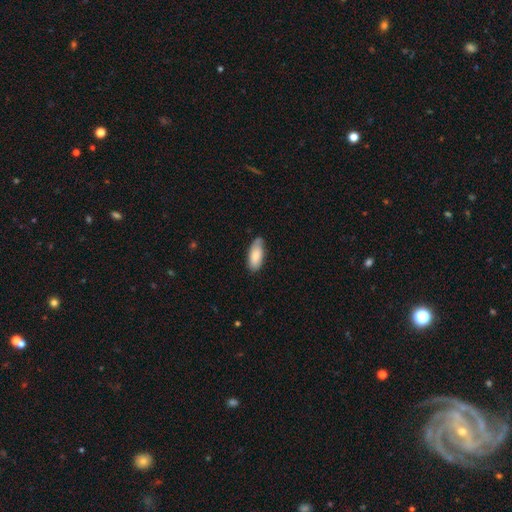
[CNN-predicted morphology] This appears to be a smooth galaxy with no disk features (81%) that is in between round and cigar-shaped (85%). Merging: none (68%).